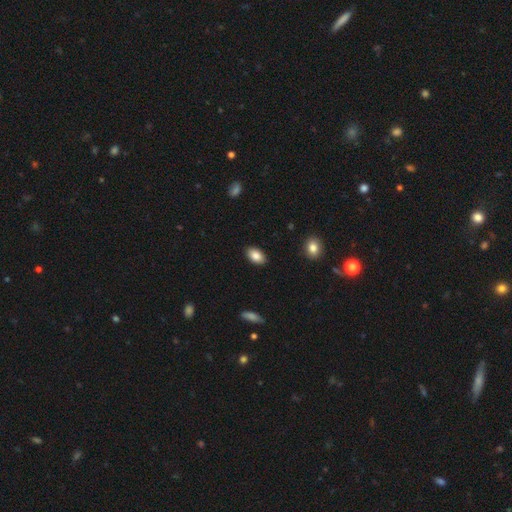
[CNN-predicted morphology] type=smooth (86%); roundness=in between (92%); merging=none (89%).